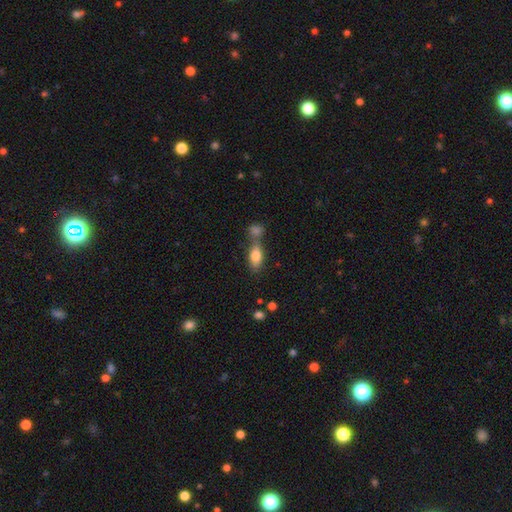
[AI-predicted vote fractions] smooth-or-featured: smooth: 80% | featured or disk: 12% | star or artifact: 8%
  how-rounded: in between: 84% | cigar-shaped: 10% | round: 7%
  merging: none: 49% | merger: 33% | minor disturbance: 13% | major disturbance: 5%